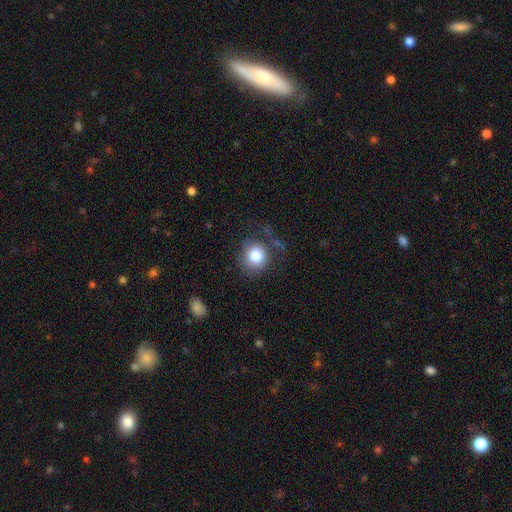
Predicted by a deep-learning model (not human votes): smooth-or-featured: smooth: 81% | star or artifact: 10% | featured or disk: 9%
  how-rounded: round: 88% | in between: 11% | cigar-shaped: 1%
  merging: none: 70% | minor disturbance: 17% | major disturbance: 11% | merger: 2%